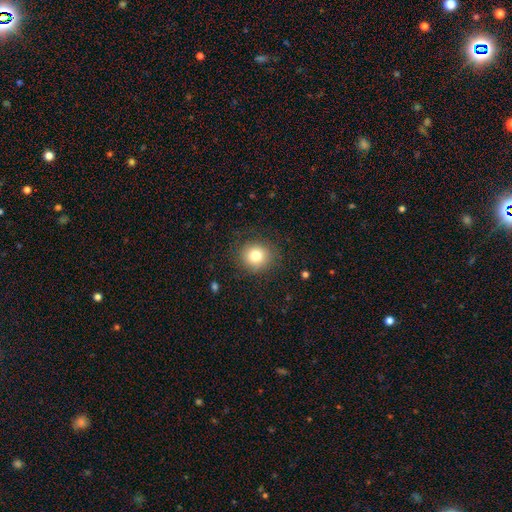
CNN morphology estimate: Smooth or featured?
  - smooth: 78% *
  - star or artifact: 12%
  - featured or disk: 10%
How rounded?
  - round: 89% *
  - in between: 10%
  - cigar-shaped: 1%
Merging?
  - none: 86% *
  - minor disturbance: 9%
  - major disturbance: 4%
  - merger: 1%